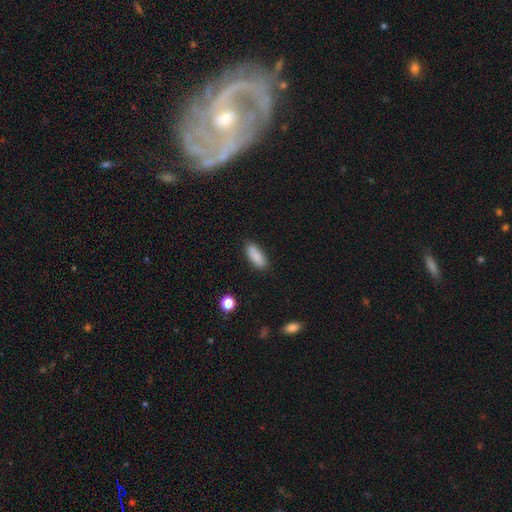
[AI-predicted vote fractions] This appears to be a smooth galaxy with no disk features (88%) that is in between round and cigar-shaped (71%). Merging: none (85%).